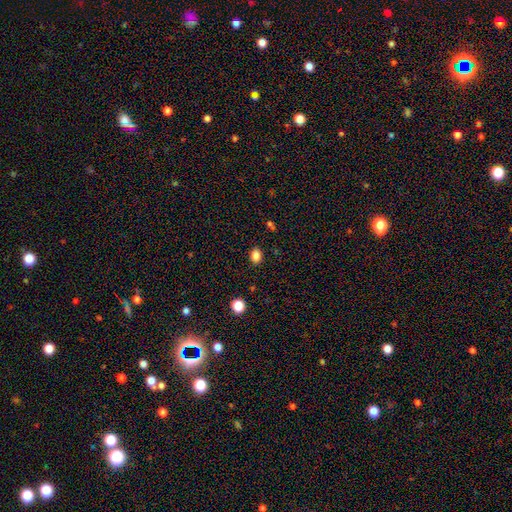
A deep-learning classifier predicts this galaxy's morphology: smooth_or_featured: smooth (p=0.84) [alt: star or artifact p=0.11]
how_rounded: in between (p=0.70) [alt: round p=0.29]
merging: none (p=0.87) [alt: minor disturbance p=0.09]